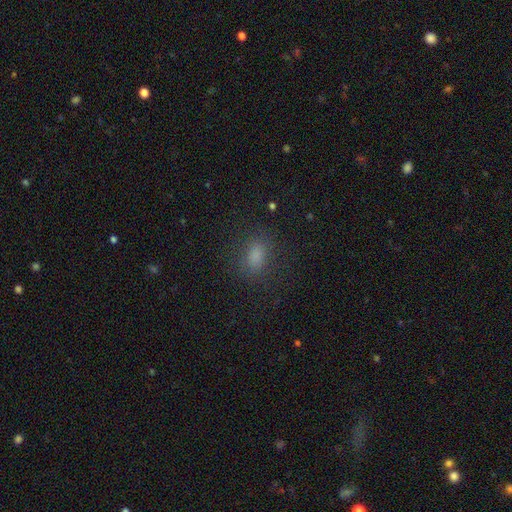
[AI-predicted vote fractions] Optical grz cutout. It shows a smooth galaxy with no disk features (77%) that is in between round and cigar-shaped (77%). Merging: none (80%).